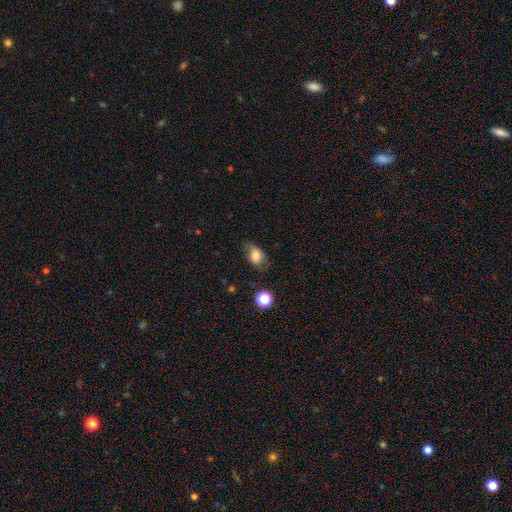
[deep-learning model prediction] Smooth or featured?
  - smooth: 79% *
  - featured or disk: 11%
  - star or artifact: 10%
How rounded?
  - in between: 76% *
  - round: 22%
  - cigar-shaped: 2%
Merging?
  - none: 55% *
  - minor disturbance: 33%
  - major disturbance: 10%
  - merger: 2%